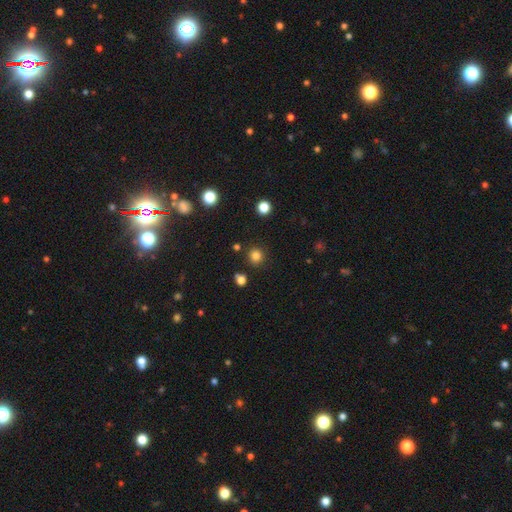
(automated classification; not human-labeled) Morphology: type=smooth (81%); roundness=round (94%); merging=none (88%).